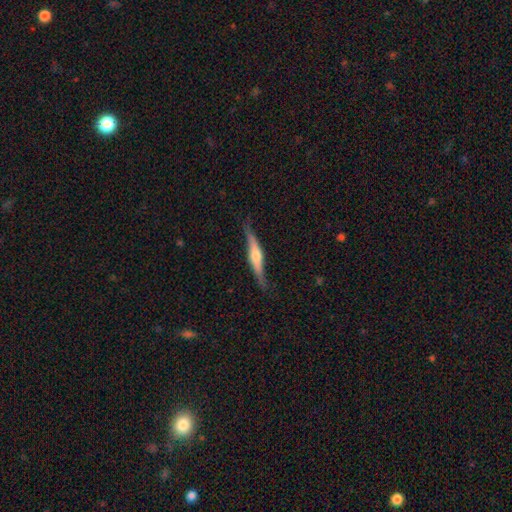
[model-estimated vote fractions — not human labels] featured or disk 67%, smooth 28%, star or artifact 5%. Down the decision tree: edge-on disk — yes (92%); edge-on bulge — rounded (84%); merging — none (75%).